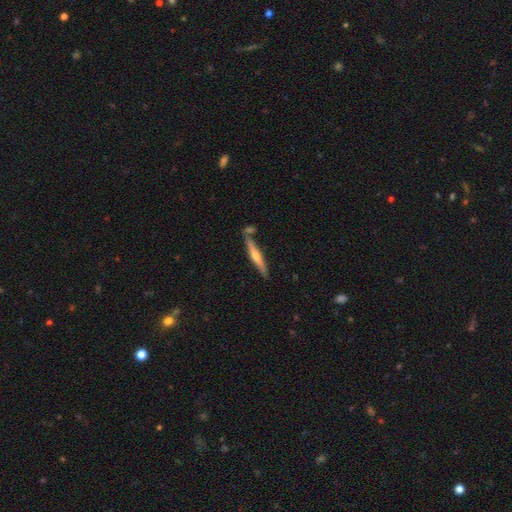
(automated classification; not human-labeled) Smooth or featured? featured or disk (62%)
Edge-on disk? yes (96%)
Edge-on bulge? rounded (80%)
Merging? none (79%)